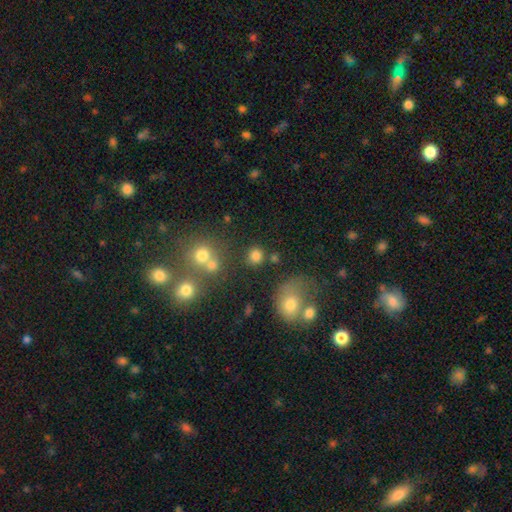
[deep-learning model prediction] smooth-or-featured: smooth: 80% | star or artifact: 14% | featured or disk: 7%
  how-rounded: round: 85% | in between: 14% | cigar-shaped: 1%
  merging: none: 75% | merger: 11% | minor disturbance: 10% | major disturbance: 5%